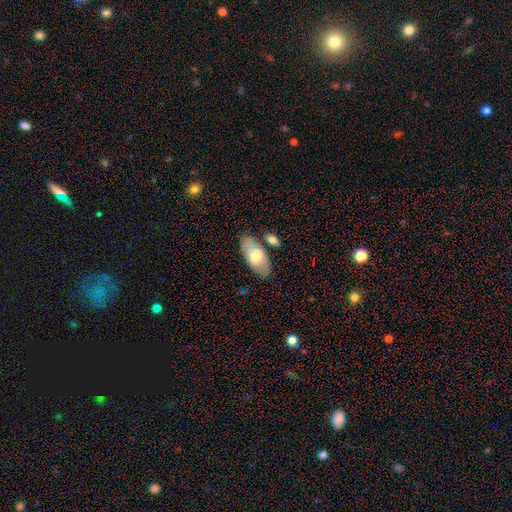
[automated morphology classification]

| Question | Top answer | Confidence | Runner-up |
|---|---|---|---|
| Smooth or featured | smooth | 63% | featured or disk (31%) |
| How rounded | in between | 92% | cigar-shaped (5%) |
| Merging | none | 72% | minor disturbance (14%) |